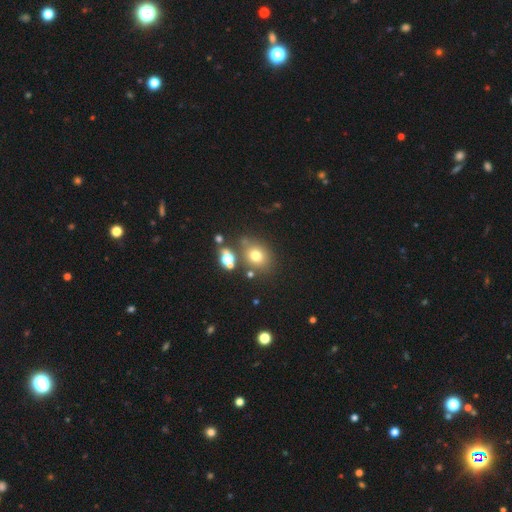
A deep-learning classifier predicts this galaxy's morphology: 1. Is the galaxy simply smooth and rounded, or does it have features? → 70% smooth, 18% star or artifact, 12% featured or disk.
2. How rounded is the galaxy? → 58% round, 41% in between, 1% cigar-shaped.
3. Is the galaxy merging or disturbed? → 67% none, 15% merger, 13% minor disturbance, 5% major disturbance.